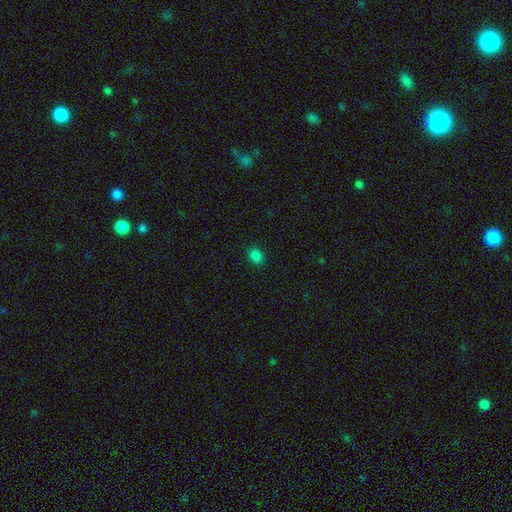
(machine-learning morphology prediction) Smooth or featured: smooth — 84% (star or artifact — 14%)
How rounded: in between — 60% (round — 39%)
Merging: none — 90% (minor disturbance — 7%)